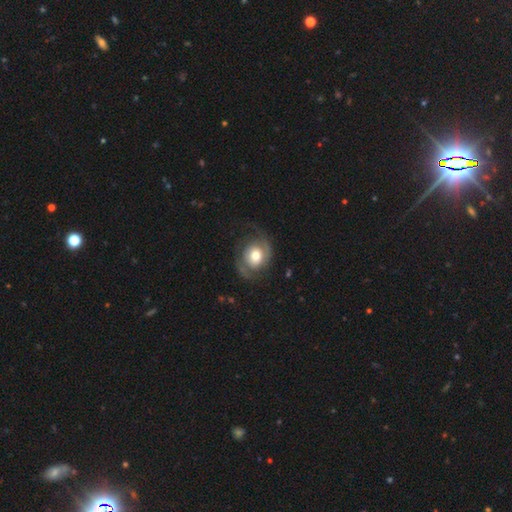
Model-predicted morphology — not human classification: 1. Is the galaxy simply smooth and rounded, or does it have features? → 66% featured or disk, 28% smooth, 6% star or artifact.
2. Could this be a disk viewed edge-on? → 97% no, 3% yes.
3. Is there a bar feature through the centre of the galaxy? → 74% no, 21% weak, 5% strong.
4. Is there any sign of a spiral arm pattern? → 85% yes, 15% no.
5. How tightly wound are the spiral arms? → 44% medium, 30% loose, 25% tight.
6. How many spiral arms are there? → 84% 2, 6% can't tell, 6% 1, 2% 3, 1% 4, 1% more than 4.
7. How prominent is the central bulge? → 56% moderate, 31% large, 8% small, 4% dominant, 1% none.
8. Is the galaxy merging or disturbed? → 66% none, 18% minor disturbance, 15% major disturbance, 1% merger.